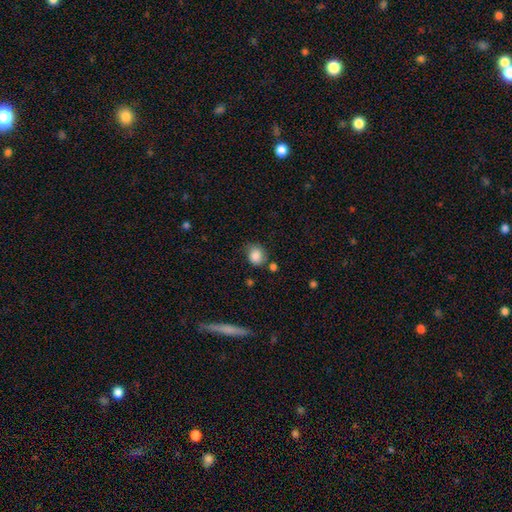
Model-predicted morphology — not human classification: Smooth or featured? smooth (85%)
How rounded? round (65%)
Merging? none (63%)